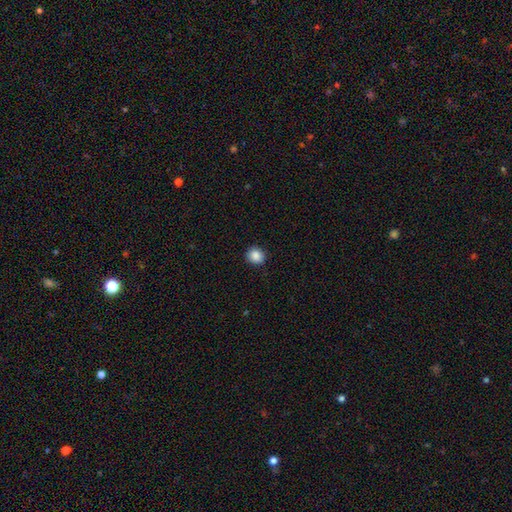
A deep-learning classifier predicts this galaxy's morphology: This appears to be a smooth galaxy with no disk features (88%) that is round (81%). Merging: none (90%).